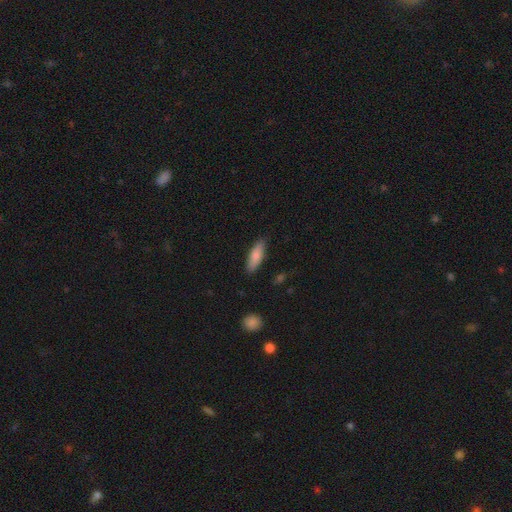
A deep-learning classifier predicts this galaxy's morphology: smooth 81%, featured or disk 13%, star or artifact 6%. Down the decision tree: how rounded — in between (50%); merging — none (86%).